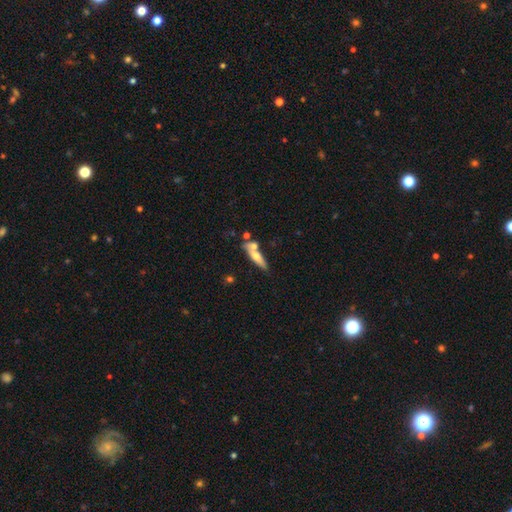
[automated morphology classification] The model was most divided on "smooth or featured": smooth: 57%, featured or disk: 37%, star or artifact: 7%. More confident: how rounded — cigar-shaped (72%); merging — none (54%).